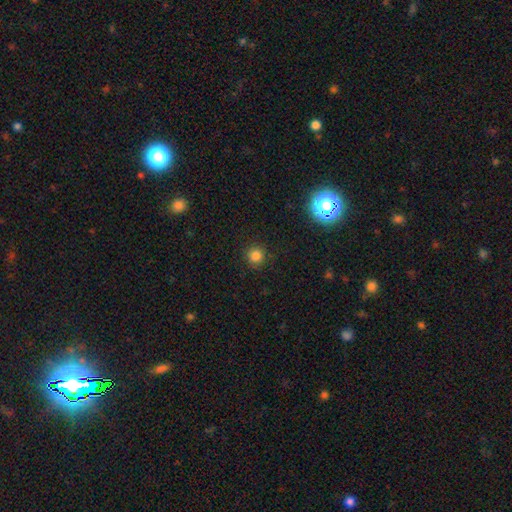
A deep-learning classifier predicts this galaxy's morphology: Overall: smooth (83%). How rounded: round (94%). Merging: none (90%).